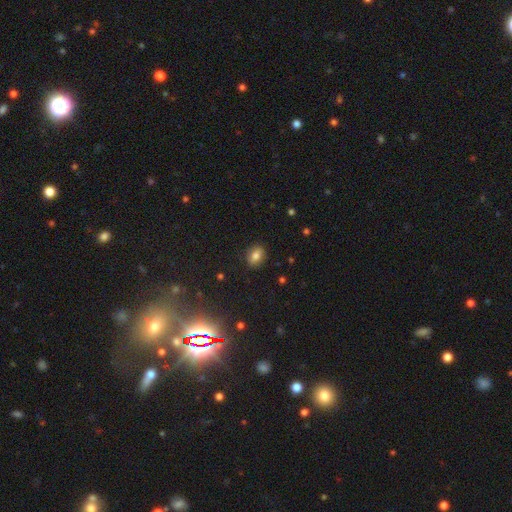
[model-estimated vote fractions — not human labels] A smooth galaxy with no disk features (78%) that is in between round and cigar-shaped (70%).

Vote fractions:
- Smooth or featured? smooth: 78% / star or artifact: 12% / featured or disk: 10%
- How rounded? in between: 70% / round: 28% / cigar-shaped: 2%
- Merging? none: 88% / minor disturbance: 9% / major disturbance: 2% / merger: 1%